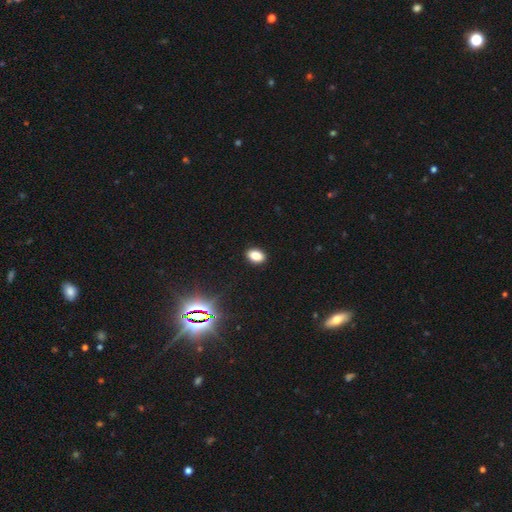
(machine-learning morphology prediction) Q: Smooth or featured?
A: smooth (82%); runner-up: star or artifact (12%)
Q: How rounded?
A: in between (83%); runner-up: round (15%)
Q: Merging?
A: none (90%); runner-up: minor disturbance (7%)